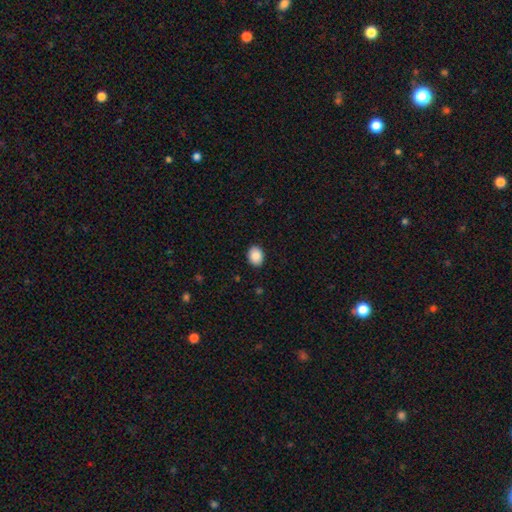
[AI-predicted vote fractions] This is clearly a smooth galaxy (89%). How rounded: possibly in between (59%). Merging: clearly none (89%).